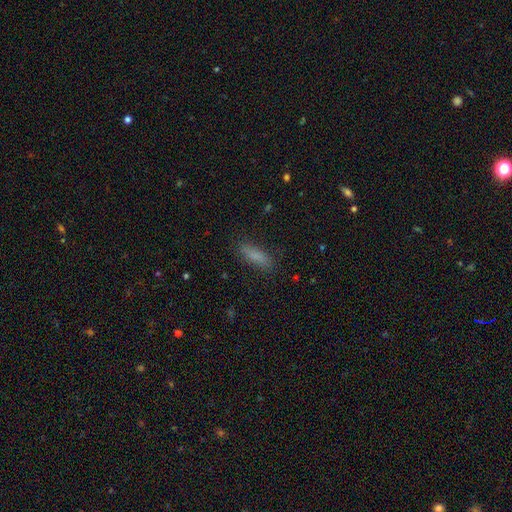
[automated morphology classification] A smooth galaxy with no disk features (80%) that is cigar-shaped (60%).

Vote fractions:
- Smooth or featured? smooth: 80% / featured or disk: 11% / star or artifact: 9%
- How rounded? cigar-shaped: 60% / in between: 38% / round: 2%
- Merging? none: 84% / minor disturbance: 12% / major disturbance: 3% / merger: 1%